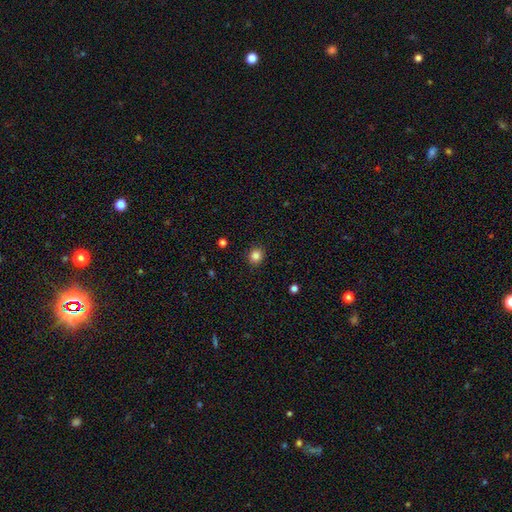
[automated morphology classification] smooth-or-featured: smooth: 84% | star or artifact: 11% | featured or disk: 4%
  how-rounded: round: 84% | in between: 15% | cigar-shaped: 1%
  merging: none: 91% | minor disturbance: 6% | major disturbance: 2% | merger: 1%